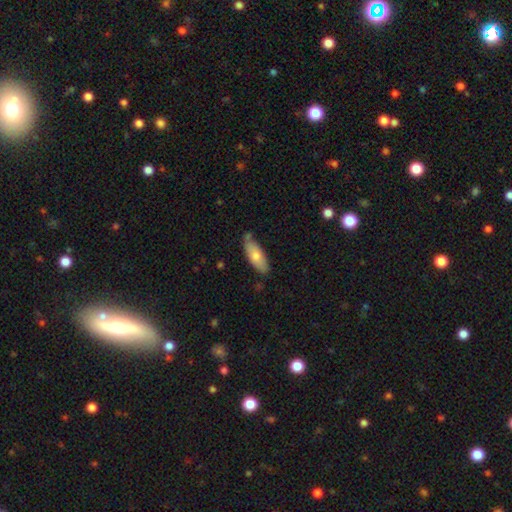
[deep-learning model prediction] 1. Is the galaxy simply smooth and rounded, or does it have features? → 73% smooth, 21% featured or disk, 6% star or artifact.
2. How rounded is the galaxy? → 73% in between, 25% cigar-shaped, 2% round.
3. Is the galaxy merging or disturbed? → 69% none, 22% minor disturbance, 6% merger, 4% major disturbance.